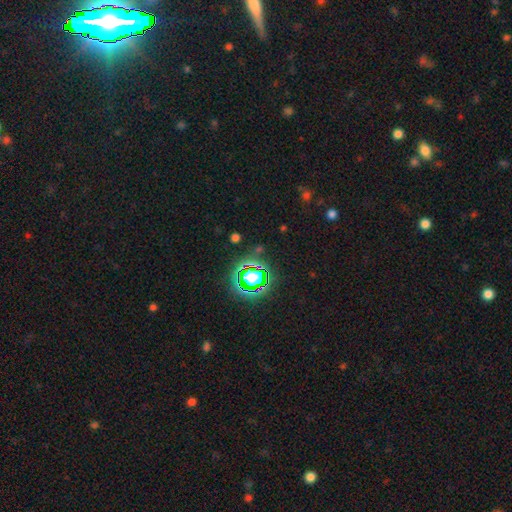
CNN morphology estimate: This is likely a star or artifact rather than a galaxy (77%).